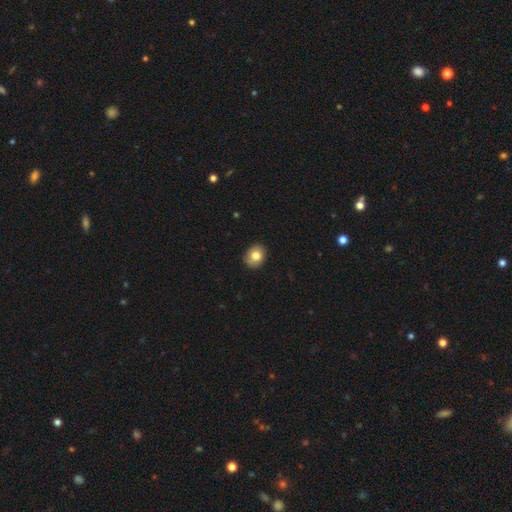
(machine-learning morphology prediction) Smooth or featured? Predicted: smooth (p=0.80). How rounded? Predicted: round (p=0.54). Merging? Predicted: none (p=0.88).